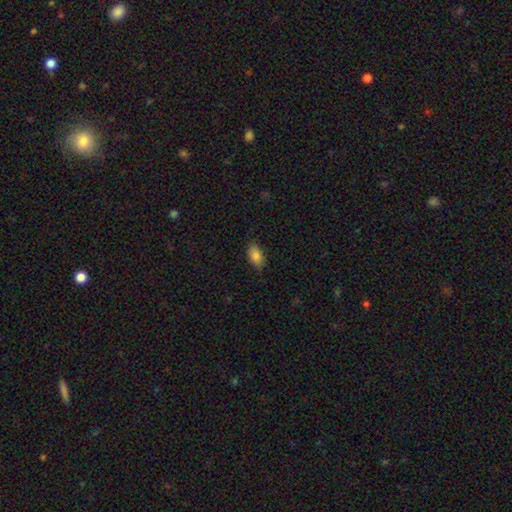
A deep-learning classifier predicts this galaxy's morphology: type=smooth (85%); roundness=in between (92%); merging=none (80%).